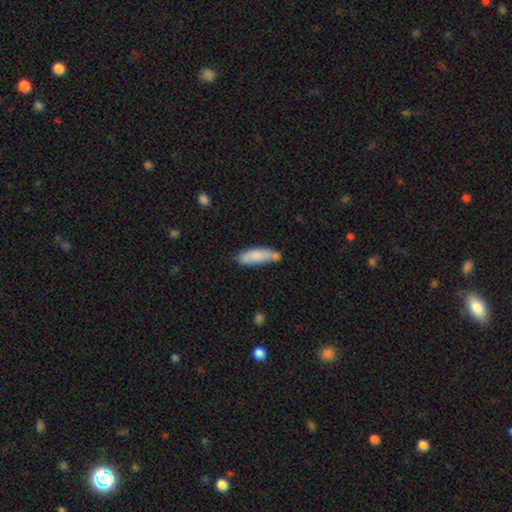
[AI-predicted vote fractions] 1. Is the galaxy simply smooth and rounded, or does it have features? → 81% smooth, 13% featured or disk, 6% star or artifact.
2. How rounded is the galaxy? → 50% cigar-shaped, 48% in between, 2% round.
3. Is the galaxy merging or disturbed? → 52% none, 26% minor disturbance, 15% merger, 6% major disturbance.